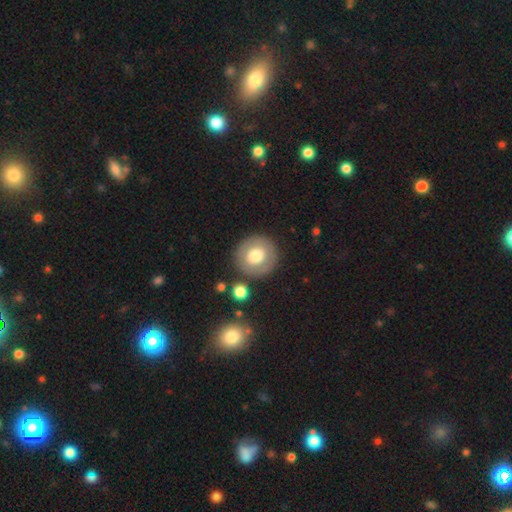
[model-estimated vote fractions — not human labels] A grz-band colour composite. It shows a smooth galaxy with no disk features (65%) that is round (93%). Merging: none (84%).